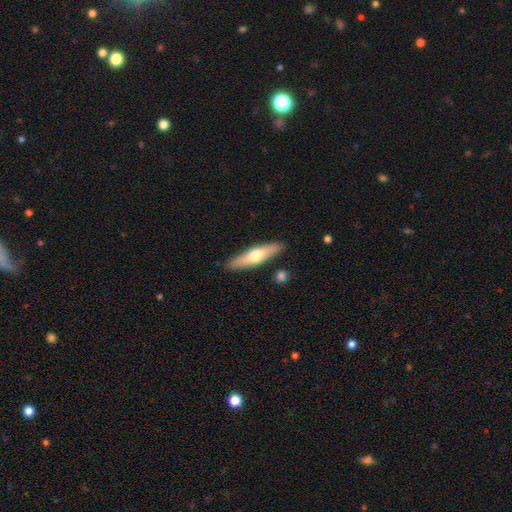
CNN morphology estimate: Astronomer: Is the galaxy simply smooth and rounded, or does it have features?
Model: smooth — 53% (runner-up: featured or disk, 42%).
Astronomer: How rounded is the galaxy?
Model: cigar-shaped — 73%.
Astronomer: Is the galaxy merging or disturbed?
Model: none — 87%.